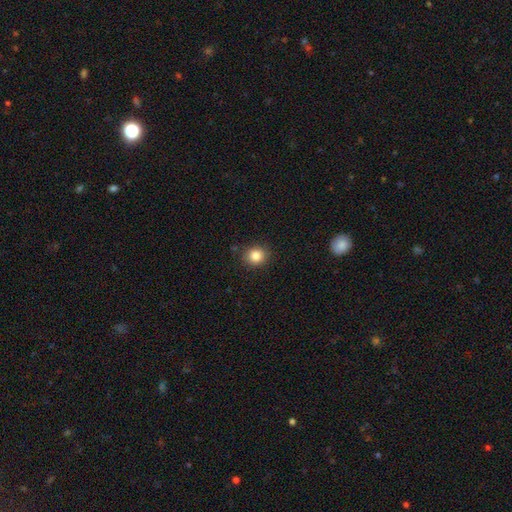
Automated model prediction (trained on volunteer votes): A smooth galaxy with no disk features (84%) that is round (82%).

Vote fractions:
- Smooth or featured? smooth: 84% / star or artifact: 11% / featured or disk: 5%
- How rounded? round: 82% / in between: 17% / cigar-shaped: 1%
- Merging? none: 88% / minor disturbance: 8% / major disturbance: 2% / merger: 1%